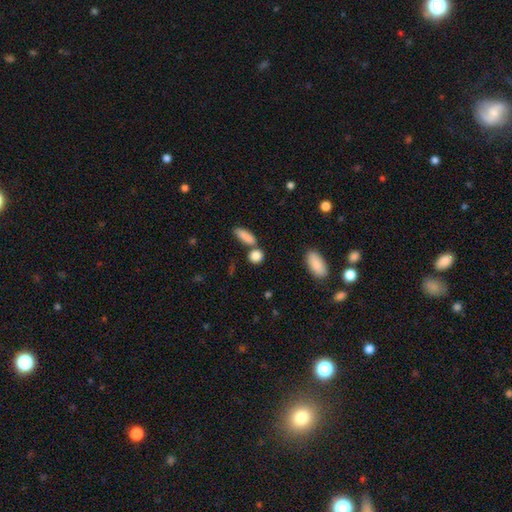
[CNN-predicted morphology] A smooth galaxy with no disk features (86%) that is round (64%).

Vote fractions:
- Smooth or featured? smooth: 86% / star or artifact: 8% / featured or disk: 6%
- How rounded? round: 64% / in between: 29% / cigar-shaped: 7%
- Merging? none: 65% / merger: 20% / minor disturbance: 11% / major disturbance: 4%